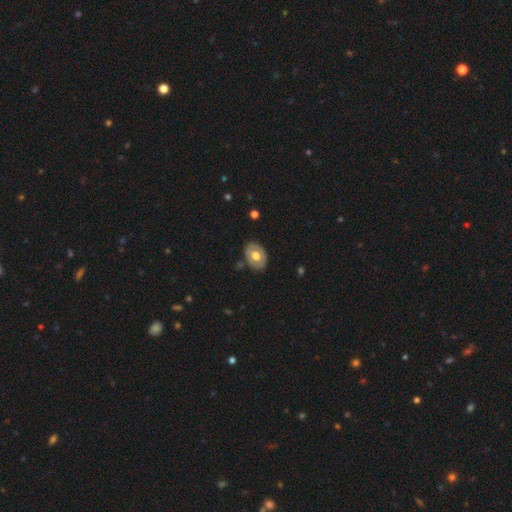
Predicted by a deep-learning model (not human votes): Smooth or featured: smooth — 51% (featured or disk — 43%)
How rounded: in between — 75% (round — 24%)
Merging: none — 80% (minor disturbance — 15%)